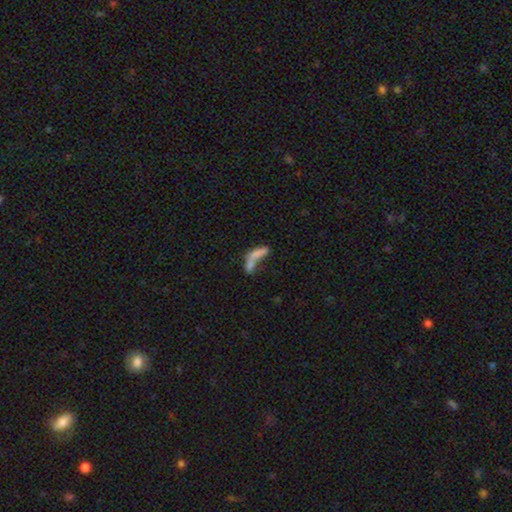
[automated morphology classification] type=smooth (67%); roundness=cigar-shaped (52%); merging=merger (52%).